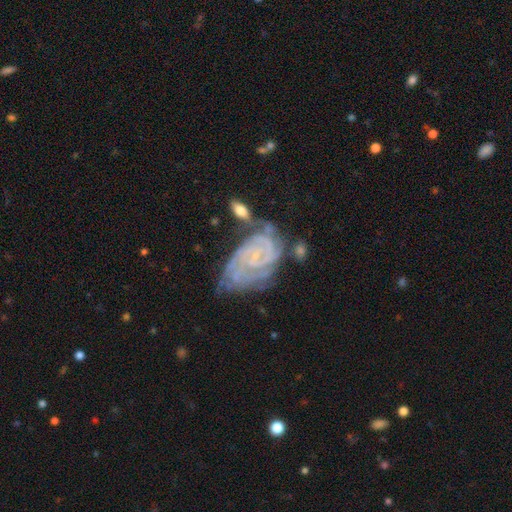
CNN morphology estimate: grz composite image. It shows a featured or disk galaxy (85%) with no bar (58%), 2 (28%) tight (75%) spiral arms (97%) and a small central bulge (72%). Merging: none (43%).